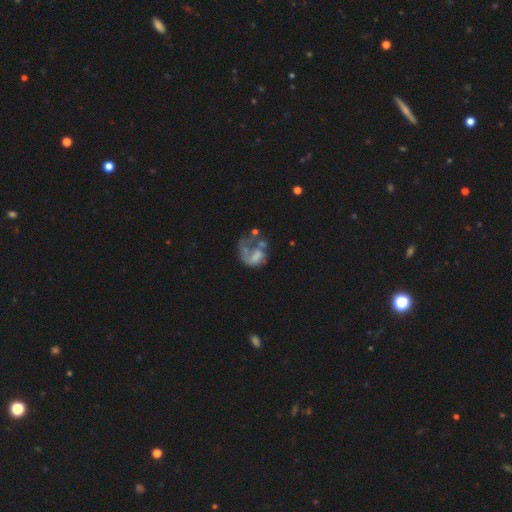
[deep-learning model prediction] Smooth or featured? Predicted: featured or disk (p=0.58). Edge-on disk? Predicted: no (p=0.98). Bar? Predicted: no (p=0.72). Spiral arms? Predicted: no (p=0.59). Bulge size? Predicted: none (p=0.57). Merging? Predicted: major disturbance (p=0.49).